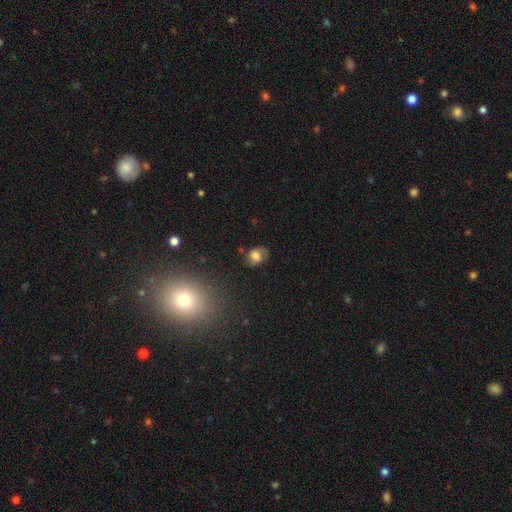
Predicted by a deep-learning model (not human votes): Smooth or featured? smooth (67%)
How rounded? in between (54%)
Merging? none (69%)